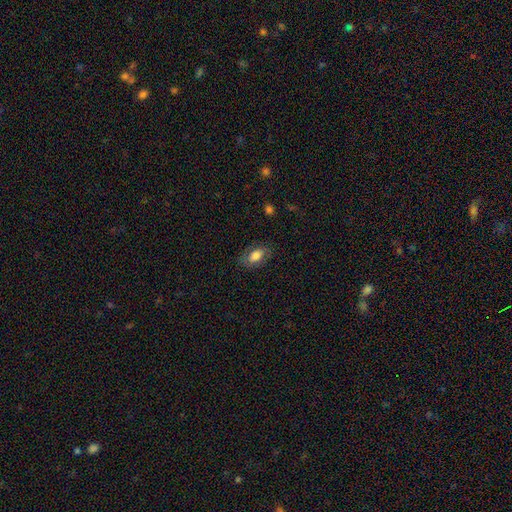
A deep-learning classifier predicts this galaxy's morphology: A smooth galaxy with no disk features (69%) that is in between round and cigar-shaped (91%). Merging: none (78%).